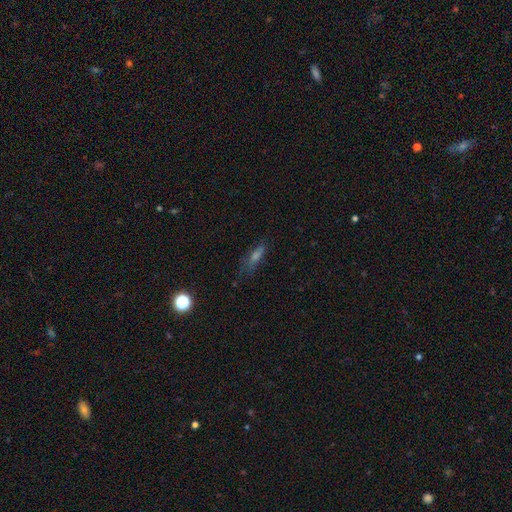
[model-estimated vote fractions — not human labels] Morphology: type=smooth (47%); merging=none (66%).